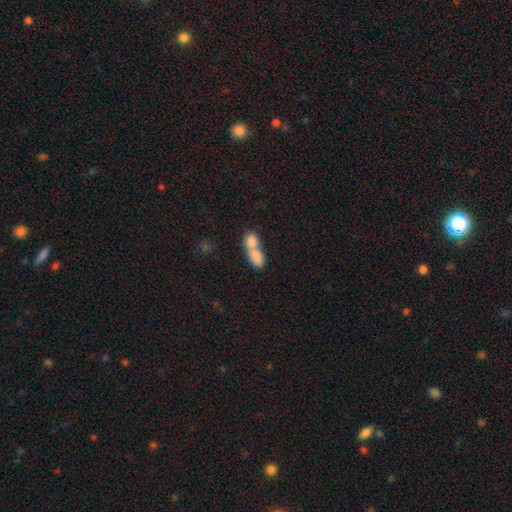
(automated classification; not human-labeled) smooth-or-featured: smooth: 80% | featured or disk: 13% | star or artifact: 7%
  how-rounded: in between: 77% | round: 15% | cigar-shaped: 7%
  merging: merger: 77% | none: 15% | minor disturbance: 5% | major disturbance: 3%